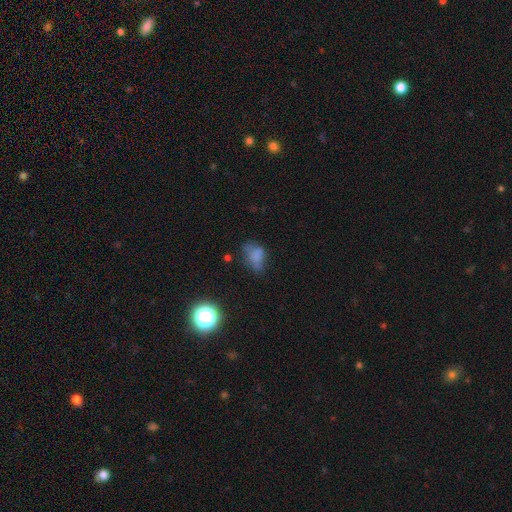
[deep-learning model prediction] The model was most divided on "merging": none: 39%, minor disturbance: 31%, major disturbance: 25%, merger: 5%. More confident: how rounded — in between (80%); smooth or featured — smooth (62%).